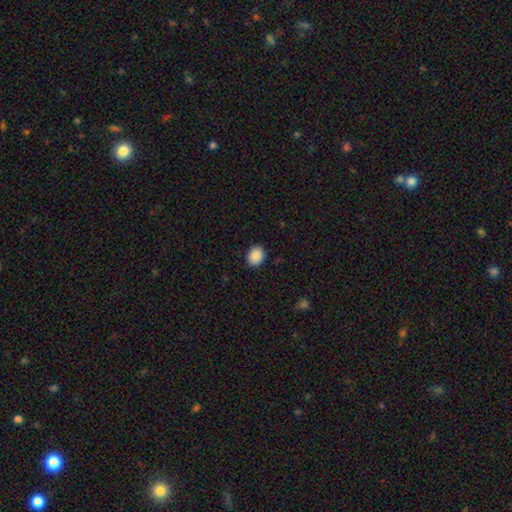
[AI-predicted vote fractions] Morphology: type=smooth (89%); roundness=in between (52%); merging=none (89%).